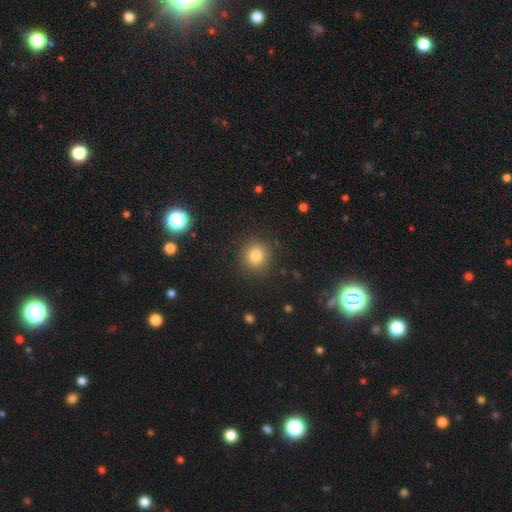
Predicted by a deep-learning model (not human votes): smooth 80%, star or artifact 13%, featured or disk 7%. Down the decision tree: how rounded — round (92%); merging — none (89%).